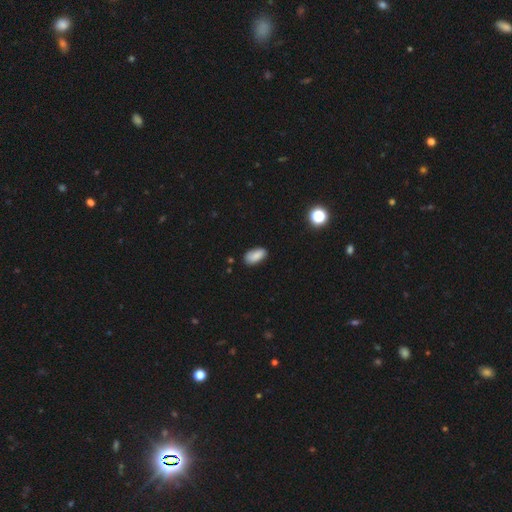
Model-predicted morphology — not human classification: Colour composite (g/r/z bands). It shows a smooth galaxy with no disk features (86%) that is in between round and cigar-shaped (91%). Merging: none (80%).